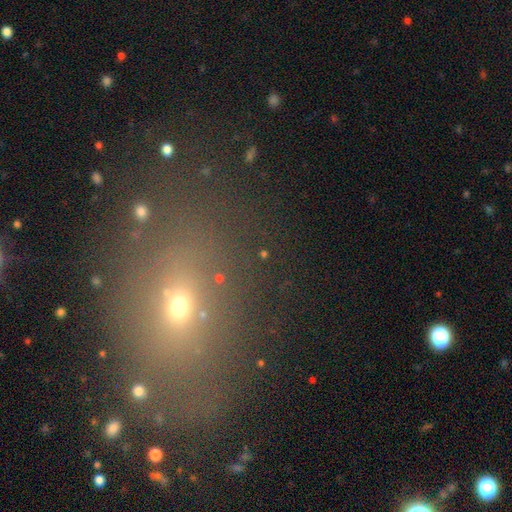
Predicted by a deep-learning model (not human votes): Smooth or featured?
  - smooth: 52% *
  - star or artifact: 31%
  - featured or disk: 17%
How rounded?
  - in between: 67% *
  - round: 29%
  - cigar-shaped: 3%
Merging?
  - none: 79% *
  - minor disturbance: 11%
  - major disturbance: 6%
  - merger: 3%